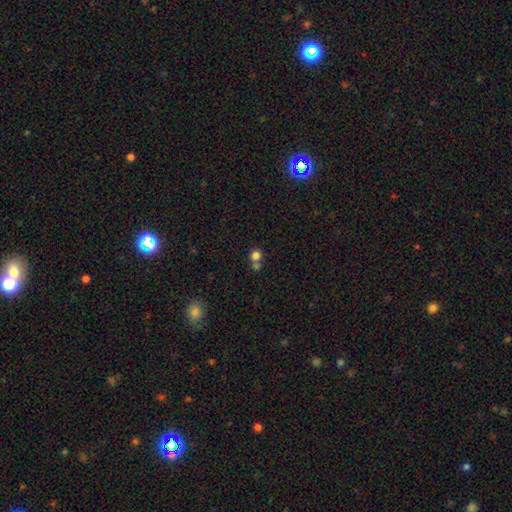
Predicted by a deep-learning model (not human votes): A smooth galaxy with no disk features (79%) that is round (89%).

Vote fractions:
- Smooth or featured? smooth: 79% / star or artifact: 13% / featured or disk: 9%
- How rounded? round: 89% / in between: 10% / cigar-shaped: 1%
- Merging? none: 49% / merger: 41% / minor disturbance: 7% / major disturbance: 3%